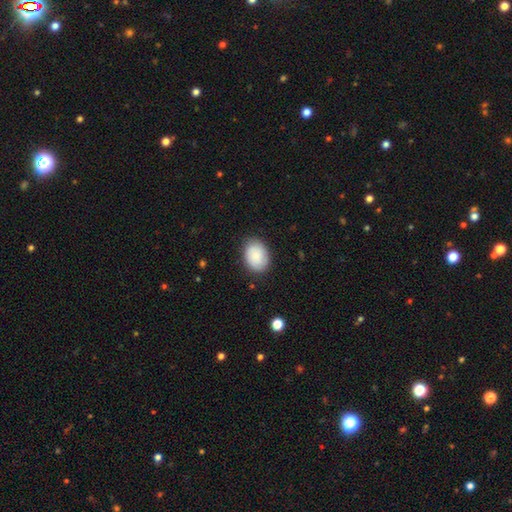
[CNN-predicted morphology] This is clearly a smooth galaxy (85%). How rounded: likely in between (75%). Merging: clearly none (82%).